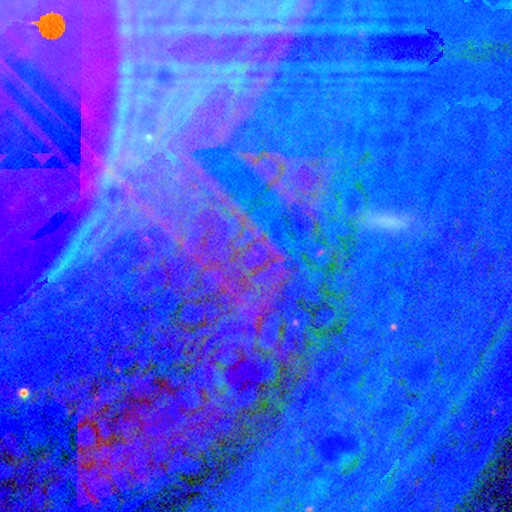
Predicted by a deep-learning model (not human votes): The model was most divided on "smooth or featured": star or artifact: 87%, featured or disk: 7%, smooth: 6%.